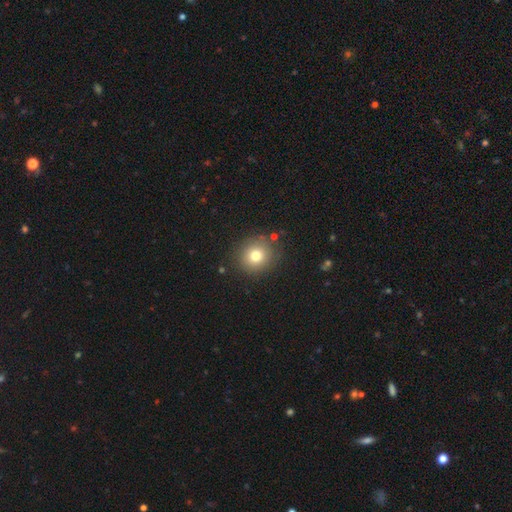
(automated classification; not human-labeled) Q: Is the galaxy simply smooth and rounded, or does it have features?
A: smooth — 76%.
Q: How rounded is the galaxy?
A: round — 89%.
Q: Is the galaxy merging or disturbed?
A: none — 86%.